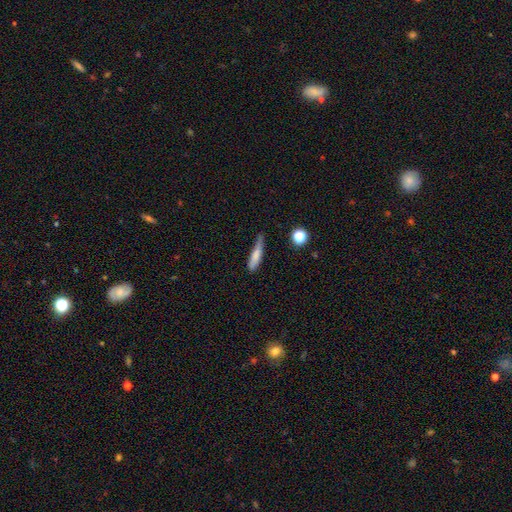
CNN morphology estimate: Smooth or featured: smooth — 75% (featured or disk — 18%)
How rounded: cigar-shaped — 79% (in between — 19%)
Merging: none — 48% (minor disturbance — 37%)